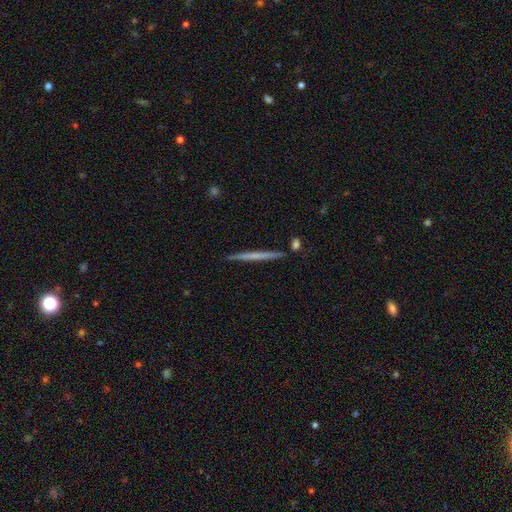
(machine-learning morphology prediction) The model was most divided on "smooth or featured": featured or disk: 49%, smooth: 45%, star or artifact: 5%. More confident: merging — none (90%).